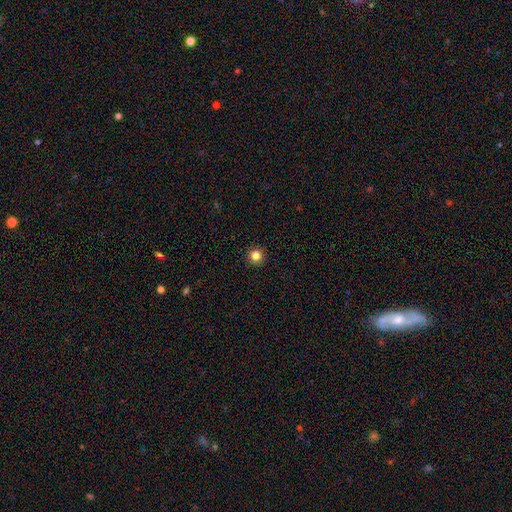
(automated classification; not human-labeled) Smooth or featured: smooth — 84% (star or artifact — 12%)
How rounded: round — 96% (in between — 3%)
Merging: none — 93% (minor disturbance — 4%)